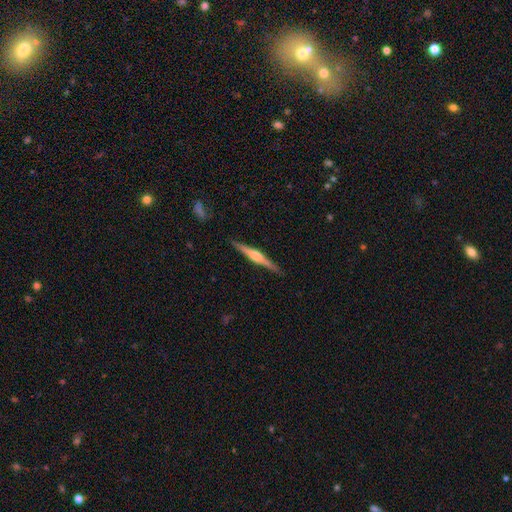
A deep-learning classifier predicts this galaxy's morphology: Q: Smooth or featured?
A: featured or disk (74%); runner-up: smooth (20%)
Q: Edge-on disk?
A: yes (98%); runner-up: no (2%)
Q: Edge-on bulge?
A: rounded (76%); runner-up: boxy (18%)
Q: Merging?
A: none (90%); runner-up: minor disturbance (7%)